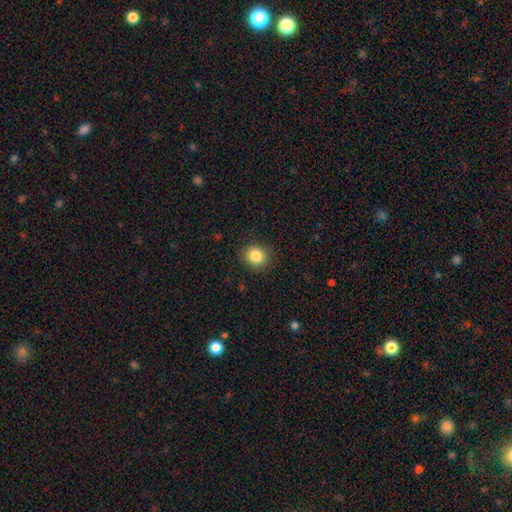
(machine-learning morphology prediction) Smooth or featured? smooth (85%)
How rounded? round (76%)
Merging? none (89%)